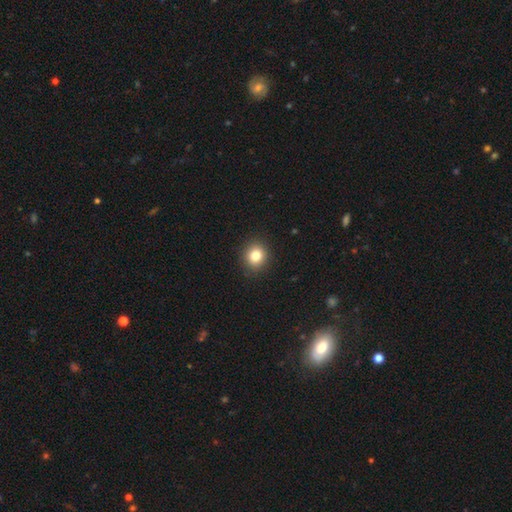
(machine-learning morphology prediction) Smooth or featured: smooth — 82% (star or artifact — 11%)
How rounded: round — 82% (in between — 17%)
Merging: none — 91% (minor disturbance — 6%)